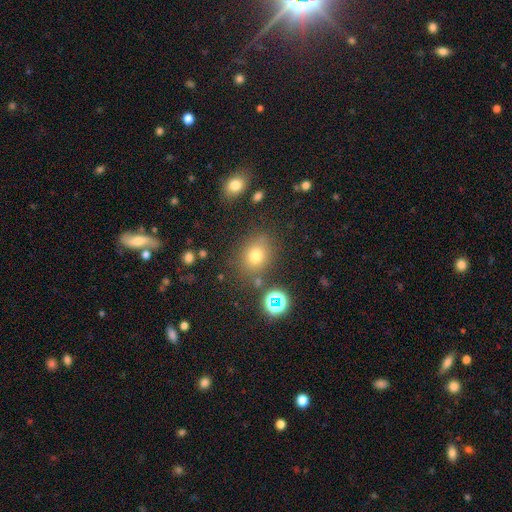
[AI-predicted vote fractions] The model was most divided on "how rounded": round: 58%, in between: 41%, cigar-shaped: 1%. More confident: merging — none (77%); smooth or featured — smooth (71%).